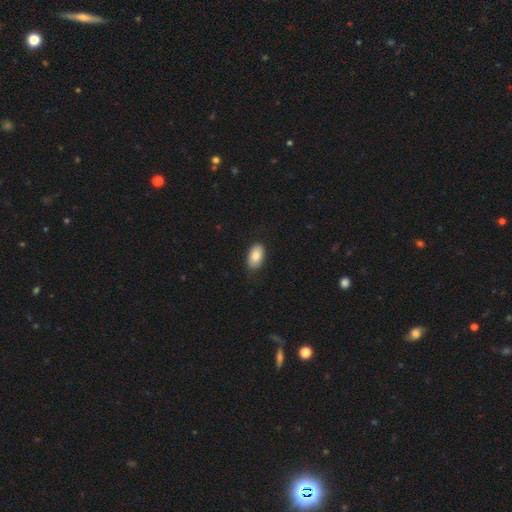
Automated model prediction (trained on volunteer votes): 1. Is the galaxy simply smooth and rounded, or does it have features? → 86% smooth, 7% featured or disk, 7% star or artifact.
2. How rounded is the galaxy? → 93% in between, 5% round, 1% cigar-shaped.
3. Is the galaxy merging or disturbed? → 85% none, 12% minor disturbance, 2% major disturbance, 1% merger.